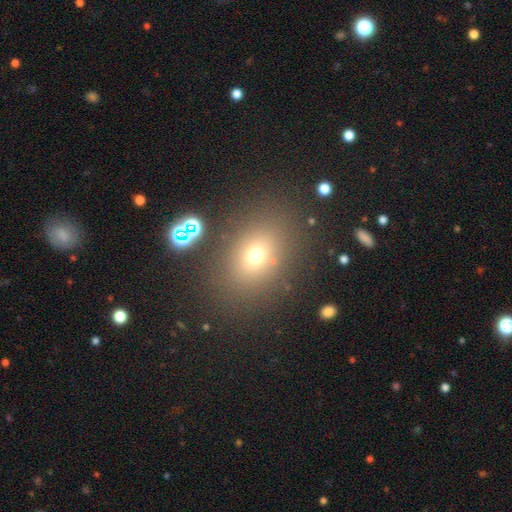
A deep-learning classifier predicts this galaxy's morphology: Smooth or featured?
  - smooth: 67% *
  - star or artifact: 20%
  - featured or disk: 13%
How rounded?
  - in between: 58% *
  - round: 41%
  - cigar-shaped: 1%
Merging?
  - none: 79% *
  - minor disturbance: 10%
  - major disturbance: 5%
  - merger: 5%